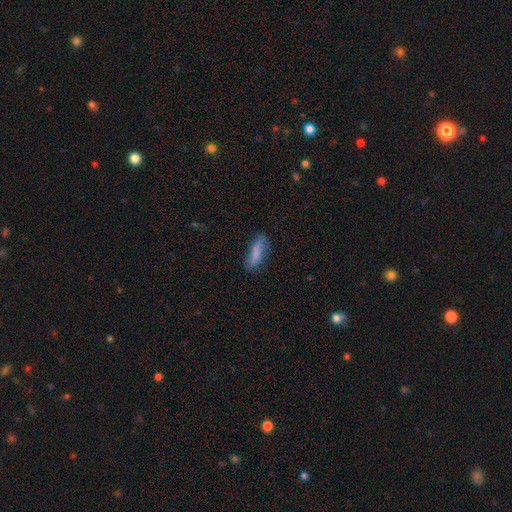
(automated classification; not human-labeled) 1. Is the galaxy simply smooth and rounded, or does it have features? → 71% smooth, 20% featured or disk, 8% star or artifact.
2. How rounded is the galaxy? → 57% cigar-shaped, 41% in between, 2% round.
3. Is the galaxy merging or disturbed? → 72% none, 20% minor disturbance, 6% major disturbance, 2% merger.